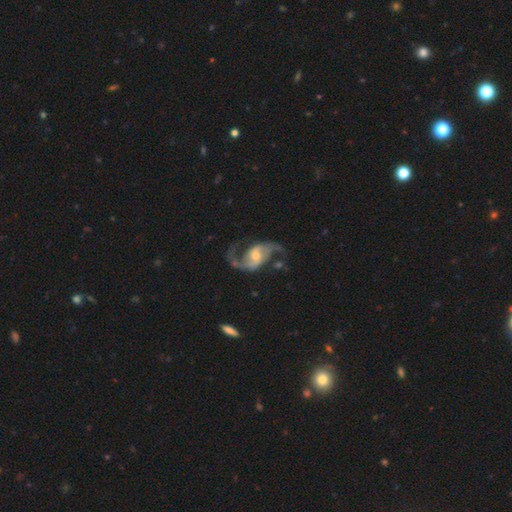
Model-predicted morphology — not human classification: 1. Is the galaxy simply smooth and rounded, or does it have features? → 91% featured or disk, 5% smooth, 4% star or artifact.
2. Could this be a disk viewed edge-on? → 98% no, 2% yes.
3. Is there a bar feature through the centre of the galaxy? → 44% weak, 37% no, 18% strong.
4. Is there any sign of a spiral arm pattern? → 97% yes, 3% no.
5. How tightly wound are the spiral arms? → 60% loose, 34% medium, 7% tight.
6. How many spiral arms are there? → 93% 2, 2% 1, 2% can't tell, 1% 3, 1% 4, 1% more than 4.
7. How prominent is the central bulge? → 58% moderate, 33% small, 6% large, 2% none, 1% dominant.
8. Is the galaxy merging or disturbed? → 67% none, 15% minor disturbance, 14% major disturbance, 4% merger.